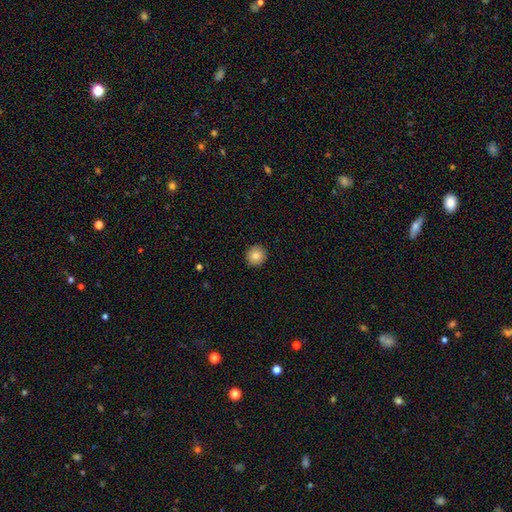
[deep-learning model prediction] smooth-or-featured: smooth: 82% | star or artifact: 9% | featured or disk: 9%
  how-rounded: round: 95% | in between: 4% | cigar-shaped: 1%
  merging: none: 93% | minor disturbance: 5% | major disturbance: 1% | merger: 1%